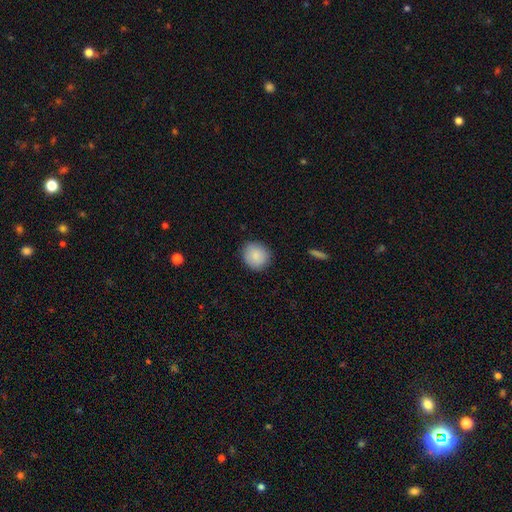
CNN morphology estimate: This appears to be a smooth galaxy with no disk features (87%) that is round (88%). Merging: none (88%).